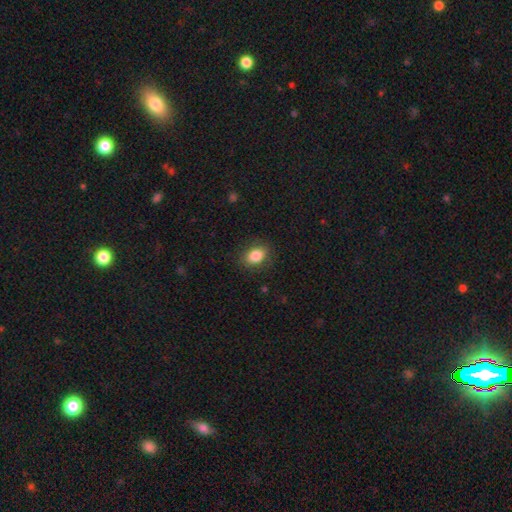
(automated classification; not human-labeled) Q: Smooth or featured?
A: smooth (85%); runner-up: star or artifact (9%)
Q: How rounded?
A: in between (71%); runner-up: round (27%)
Q: Merging?
A: none (85%); runner-up: minor disturbance (11%)